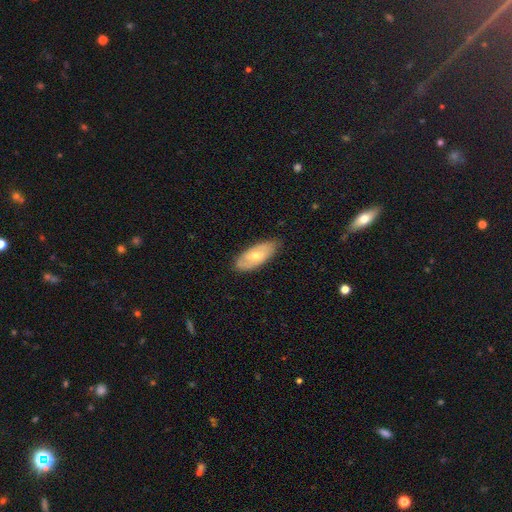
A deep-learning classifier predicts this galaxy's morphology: featured or disk 49%, smooth 45%, star or artifact 6%. Down the decision tree: merging — none (81%).